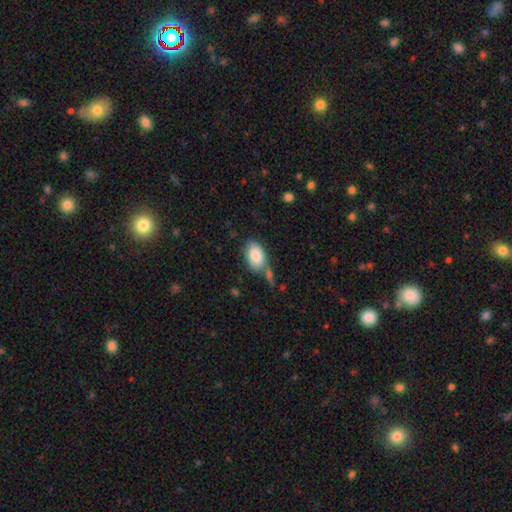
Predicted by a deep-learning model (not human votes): This is clearly a smooth galaxy (85%). How rounded: clearly in between (90%). Merging: possibly none (54%).